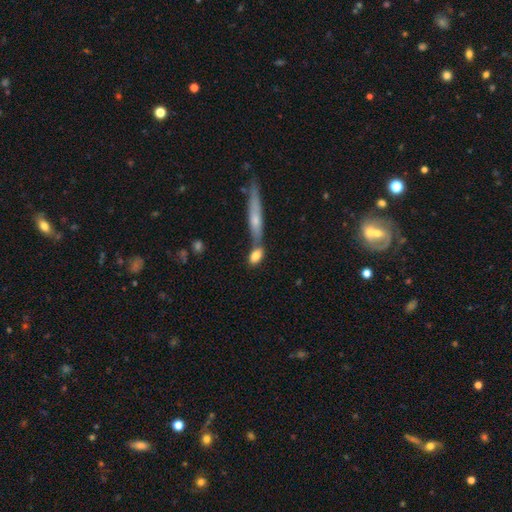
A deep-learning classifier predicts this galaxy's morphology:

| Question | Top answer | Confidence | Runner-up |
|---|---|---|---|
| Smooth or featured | smooth | 78% | featured or disk (15%) |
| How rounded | in between | 72% | cigar-shaped (19%) |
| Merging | none | 52% | merger (32%) |